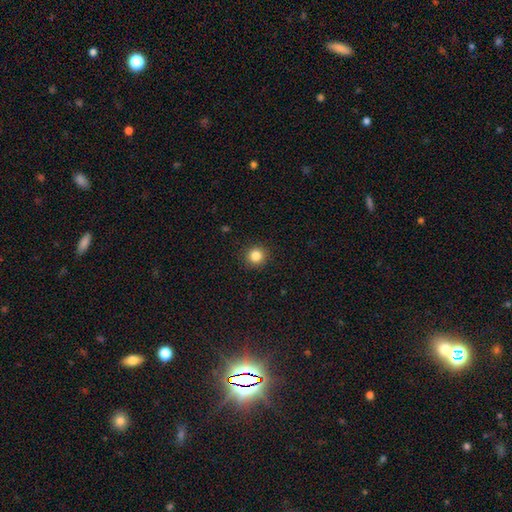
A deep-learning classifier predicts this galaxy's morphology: Smooth or featured?
  - smooth: 84% *
  - star or artifact: 11%
  - featured or disk: 5%
How rounded?
  - round: 94% *
  - in between: 5%
  - cigar-shaped: 1%
Merging?
  - none: 92% *
  - minor disturbance: 5%
  - major disturbance: 2%
  - merger: 1%